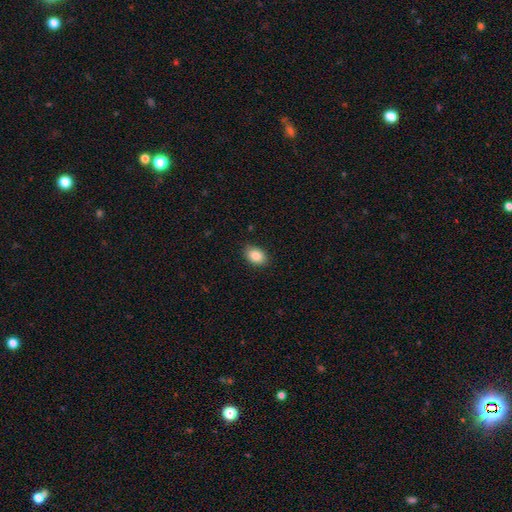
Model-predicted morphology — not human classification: smooth-or-featured: smooth: 87% | star or artifact: 8% | featured or disk: 5%
  how-rounded: in between: 82% | round: 17% | cigar-shaped: 1%
  merging: none: 86% | minor disturbance: 11% | major disturbance: 2% | merger: 1%